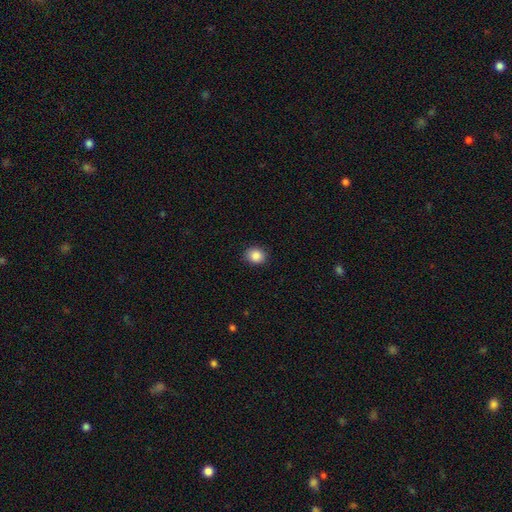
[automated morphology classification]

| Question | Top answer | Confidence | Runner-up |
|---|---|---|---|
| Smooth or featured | smooth | 88% | star or artifact (9%) |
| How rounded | round | 70% | in between (29%) |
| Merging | none | 88% | minor disturbance (8%) |